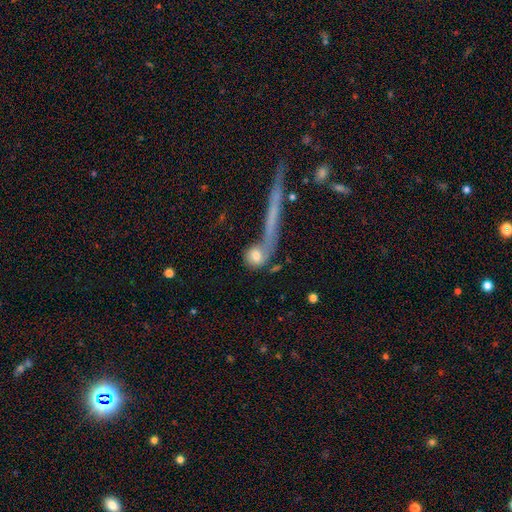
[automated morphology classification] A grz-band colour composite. It shows a smooth galaxy with no disk features (70%) that is round (66%). Merging: none (45%).